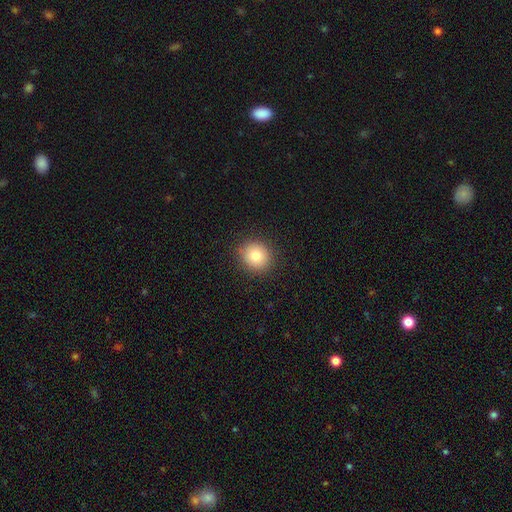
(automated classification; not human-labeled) A smooth galaxy with no disk features (81%) that is round (84%). Merging: none (90%).